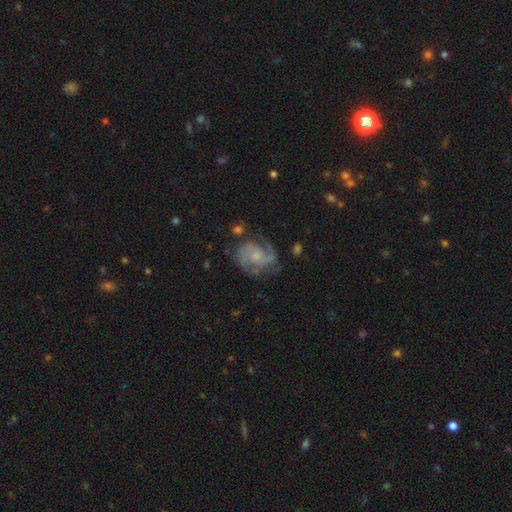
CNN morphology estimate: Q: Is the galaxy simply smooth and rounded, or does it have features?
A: featured or disk — 84%.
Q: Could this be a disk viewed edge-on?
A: no — 98%.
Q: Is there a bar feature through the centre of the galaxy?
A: no — 64%.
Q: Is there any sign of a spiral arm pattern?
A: yes — 96%.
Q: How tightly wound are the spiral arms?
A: medium — 52%.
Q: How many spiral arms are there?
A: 2 — 81%.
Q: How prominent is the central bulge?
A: small — 53%.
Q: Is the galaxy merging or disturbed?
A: none — 71%.